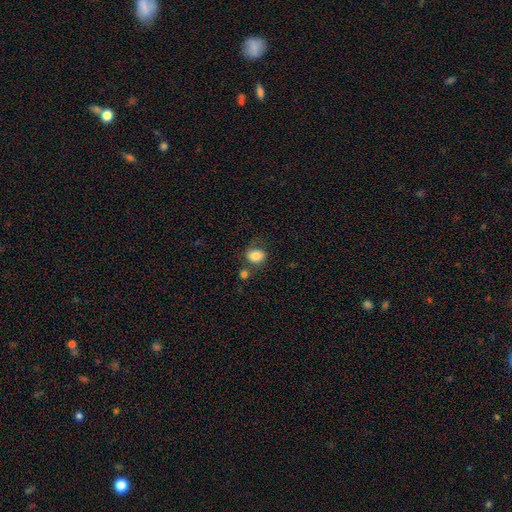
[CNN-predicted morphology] Smooth or featured? smooth (77%)
How rounded? round (62%)
Merging? none (51%)